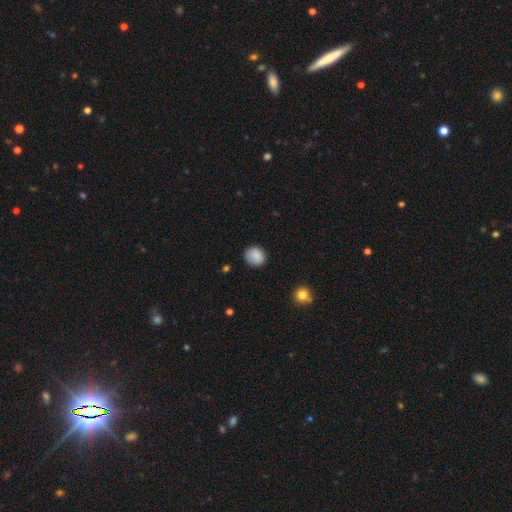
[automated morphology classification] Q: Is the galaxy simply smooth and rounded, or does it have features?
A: smooth — 88%.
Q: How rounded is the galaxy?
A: round — 83%.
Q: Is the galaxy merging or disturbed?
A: none — 85%.